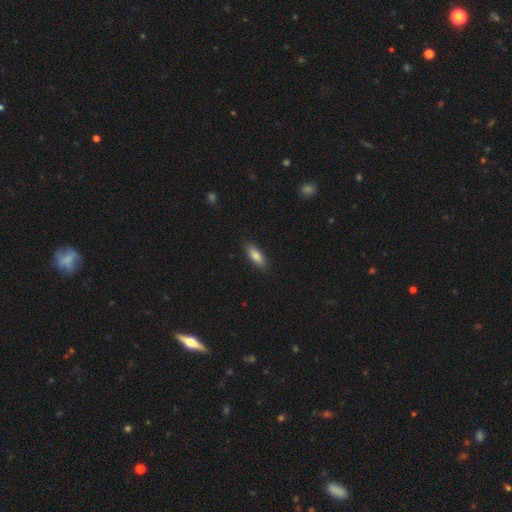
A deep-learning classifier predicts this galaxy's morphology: A smooth galaxy with no disk features (84%) that is in between round and cigar-shaped (71%). Merging: none (87%).